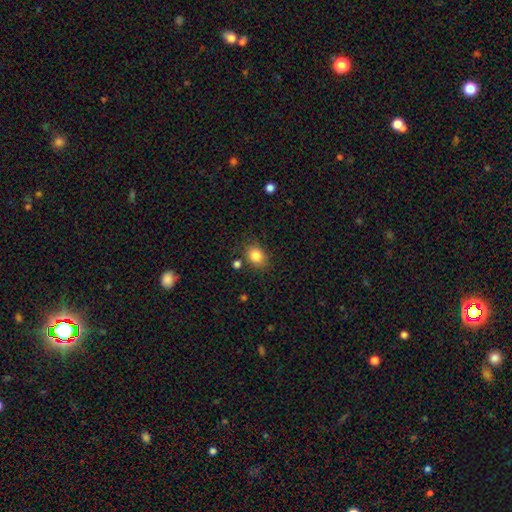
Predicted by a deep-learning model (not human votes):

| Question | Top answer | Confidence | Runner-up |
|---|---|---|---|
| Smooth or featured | smooth | 84% | star or artifact (10%) |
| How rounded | round | 50% | in between (49%) |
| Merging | none | 78% | minor disturbance (13%) |